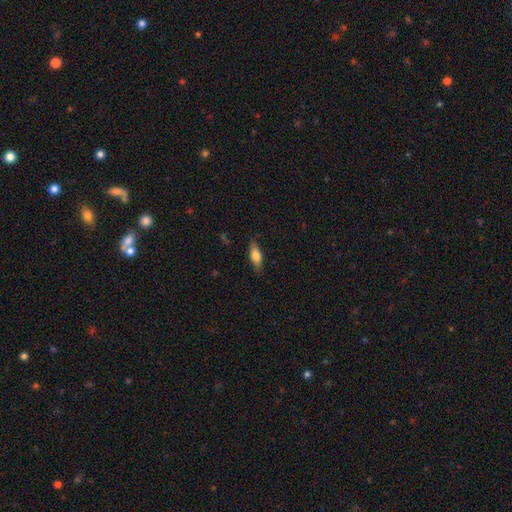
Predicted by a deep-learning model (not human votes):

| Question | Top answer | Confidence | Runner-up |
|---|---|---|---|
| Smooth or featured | smooth | 71% | featured or disk (22%) |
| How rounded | in between | 67% | cigar-shaped (30%) |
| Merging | none | 81% | minor disturbance (15%) |